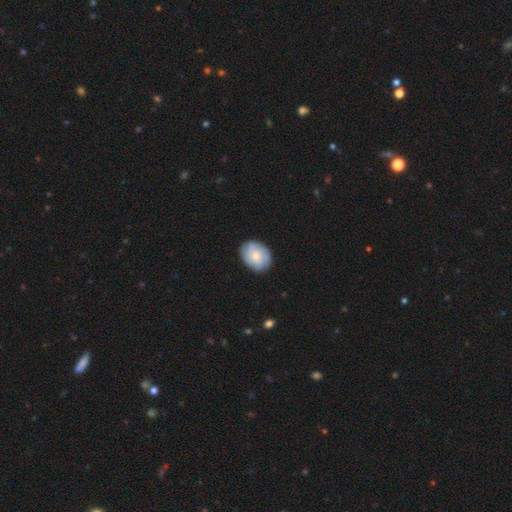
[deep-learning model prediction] smooth-or-featured: smooth: 64% | featured or disk: 30% | star or artifact: 6%
  how-rounded: in between: 63% | round: 36% | cigar-shaped: 1%
  merging: none: 83% | minor disturbance: 13% | major disturbance: 3% | merger: 1%